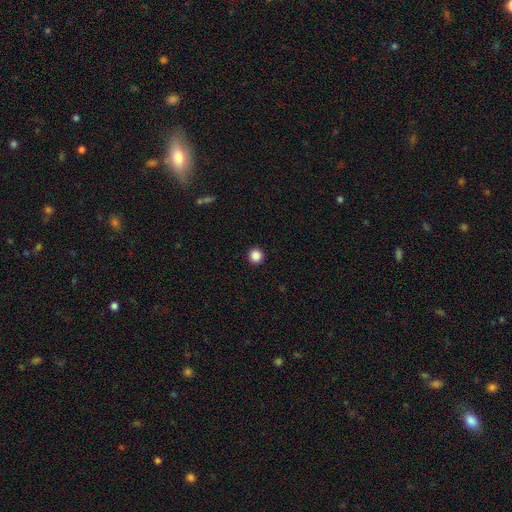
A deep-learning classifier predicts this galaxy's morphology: Overall: smooth (87%). How rounded: round (96%). Merging: none (94%).